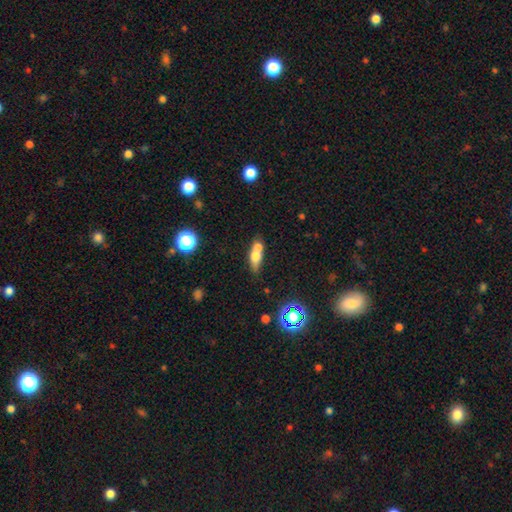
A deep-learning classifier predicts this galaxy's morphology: smooth 62%, featured or disk 27%, star or artifact 11%. Down the decision tree: how rounded — in between (59%); merging — merger (50%).